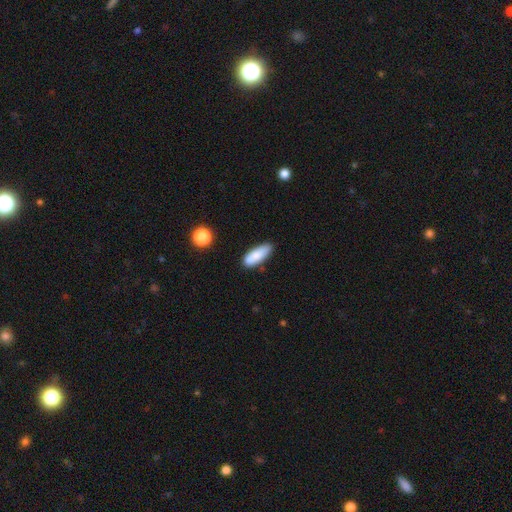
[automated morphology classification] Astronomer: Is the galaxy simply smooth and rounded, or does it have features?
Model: smooth — 85%.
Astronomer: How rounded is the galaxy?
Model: in between — 67%.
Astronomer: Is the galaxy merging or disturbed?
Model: none — 76%.